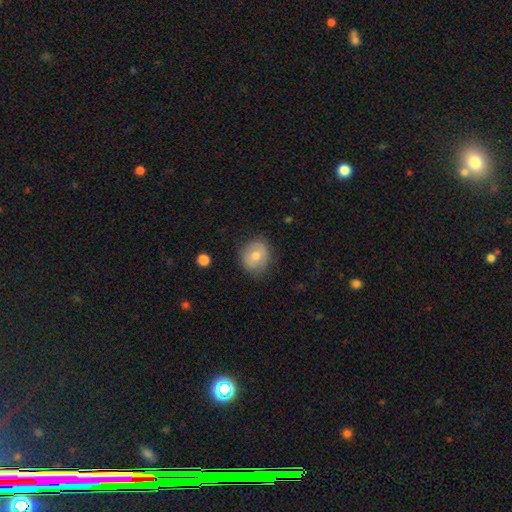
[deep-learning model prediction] Smooth or featured?
  - smooth: 66% *
  - featured or disk: 25%
  - star or artifact: 8%
How rounded?
  - round: 68% *
  - in between: 31%
  - cigar-shaped: 1%
Merging?
  - none: 81% *
  - minor disturbance: 14%
  - major disturbance: 3%
  - merger: 1%